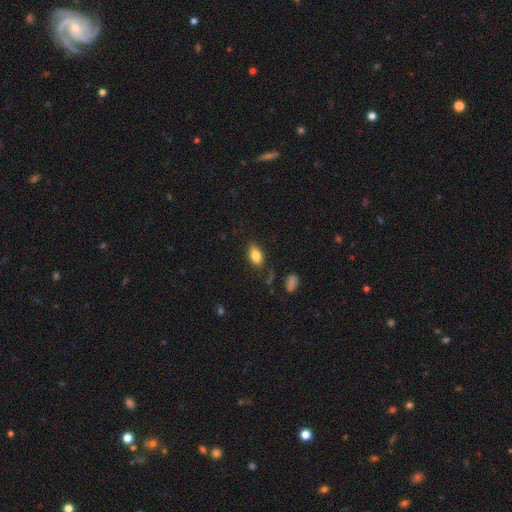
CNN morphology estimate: smooth_or_featured: smooth (p=0.83) [alt: featured or disk p=0.09]
how_rounded: in between (p=0.89) [alt: round p=0.08]
merging: none (p=0.81) [alt: minor disturbance p=0.14]